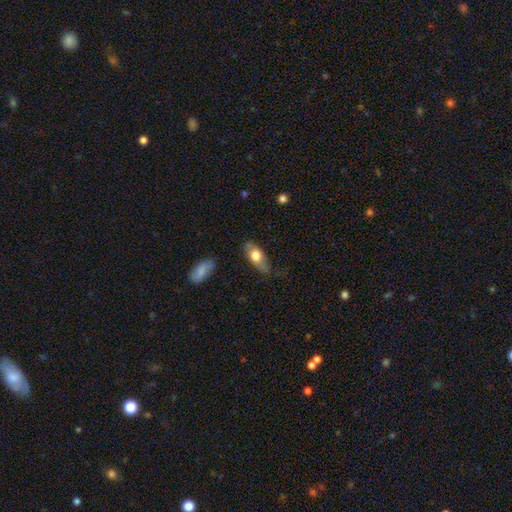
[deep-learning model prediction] Q: Smooth or featured?
A: smooth (68%); runner-up: featured or disk (26%)
Q: How rounded?
A: in between (80%); runner-up: cigar-shaped (16%)
Q: Merging?
A: none (74%); runner-up: minor disturbance (20%)